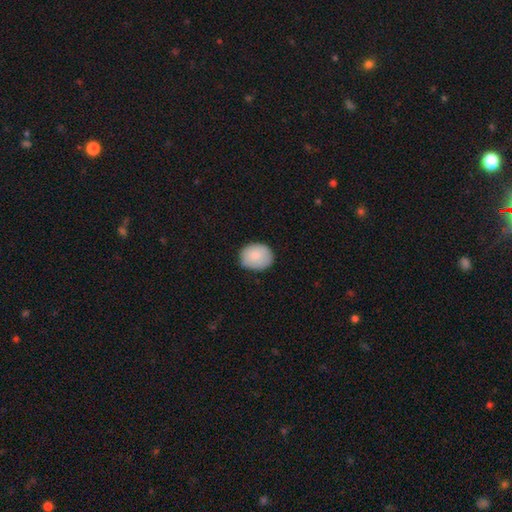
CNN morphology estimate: This is clearly a smooth galaxy (86%). How rounded: possibly round (55%). Merging: likely none (78%).